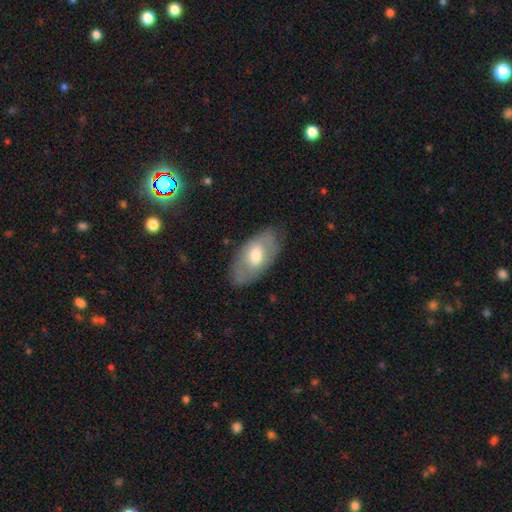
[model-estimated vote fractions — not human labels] The model was most divided on "smooth or featured": smooth: 54%, featured or disk: 40%, star or artifact: 6%. More confident: how rounded — in between (92%); merging — none (78%).